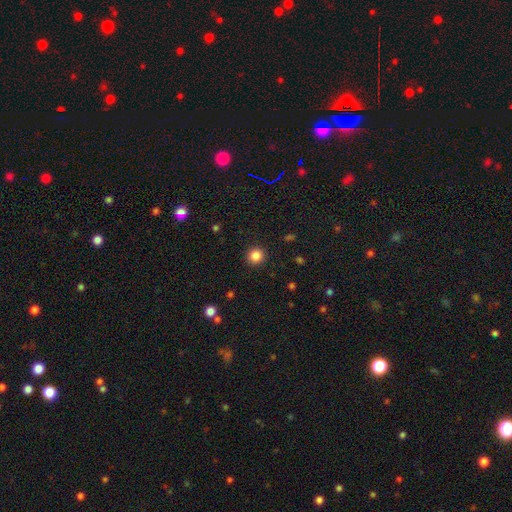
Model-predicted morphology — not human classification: A smooth galaxy with no disk features (85%) that is round (91%).

Vote fractions:
- Smooth or featured? smooth: 85% / star or artifact: 11% / featured or disk: 4%
- How rounded? round: 91% / in between: 8% / cigar-shaped: 1%
- Merging? none: 91% / minor disturbance: 6% / major disturbance: 2% / merger: 1%